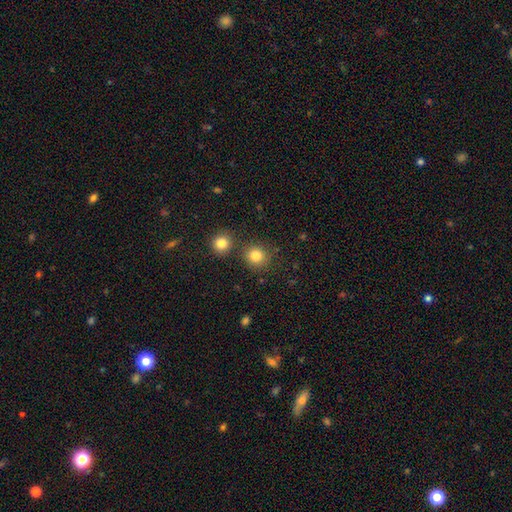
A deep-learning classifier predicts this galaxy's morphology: Smooth or featured: smooth — 83% (star or artifact — 12%)
How rounded: round — 90% (in between — 9%)
Merging: none — 79% (merger — 11%)